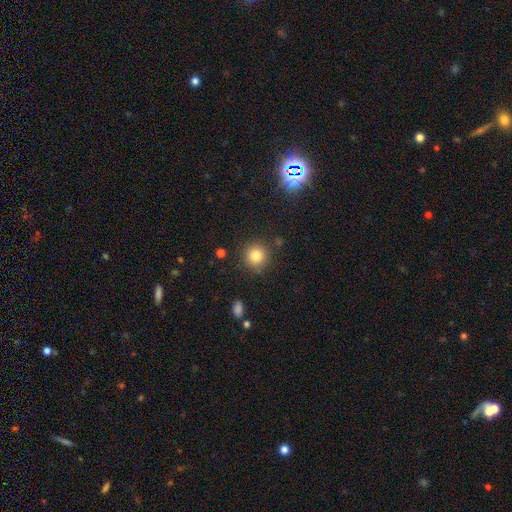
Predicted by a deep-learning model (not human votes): A smooth galaxy with no disk features (82%) that is round (93%). Merging: none (87%).